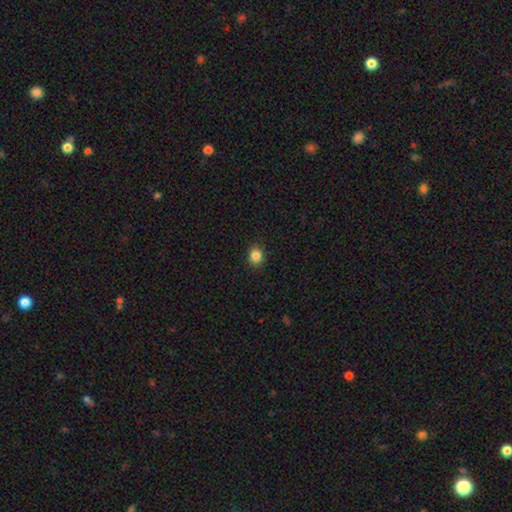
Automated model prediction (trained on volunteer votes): Smooth or featured? smooth (86%)
How rounded? round (62%)
Merging? none (90%)